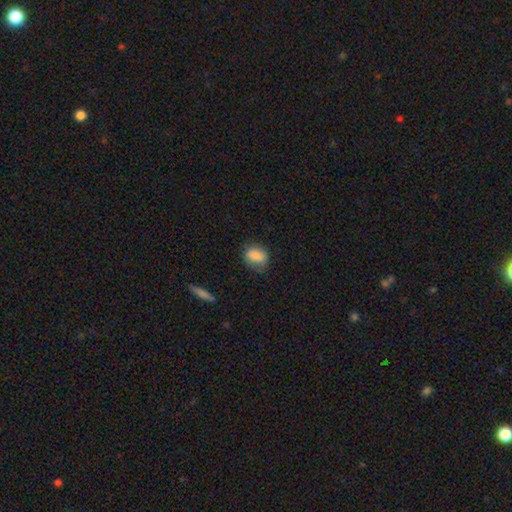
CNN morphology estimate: This is clearly a smooth galaxy (84%). How rounded: likely in between (63%). Merging: likely none (69%).